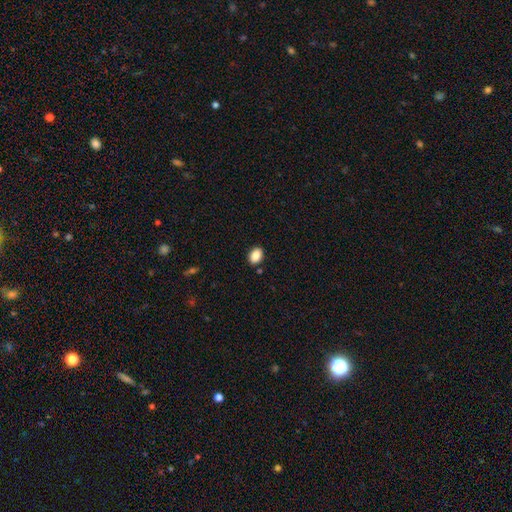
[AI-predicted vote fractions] A smooth galaxy with no disk features (88%) that is in between round and cigar-shaped (77%).

Vote fractions:
- Smooth or featured? smooth: 88% / star or artifact: 8% / featured or disk: 4%
- How rounded? in between: 77% / round: 22% / cigar-shaped: 1%
- Merging? none: 89% / minor disturbance: 8% / major disturbance: 2% / merger: 1%